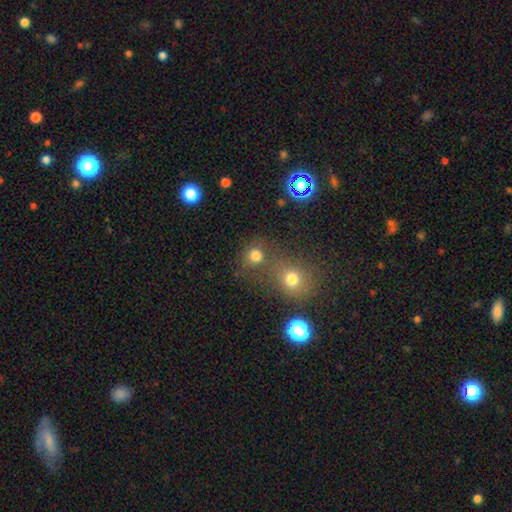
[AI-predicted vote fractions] A smooth galaxy with no disk features (74%) that is round (85%). Merging: none (60%).